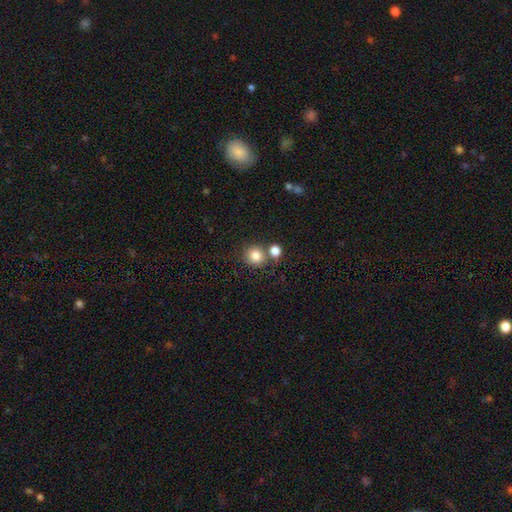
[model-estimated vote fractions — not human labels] smooth 82%, star or artifact 11%, featured or disk 7%. Down the decision tree: how rounded — round (87%); merging — none (63%).